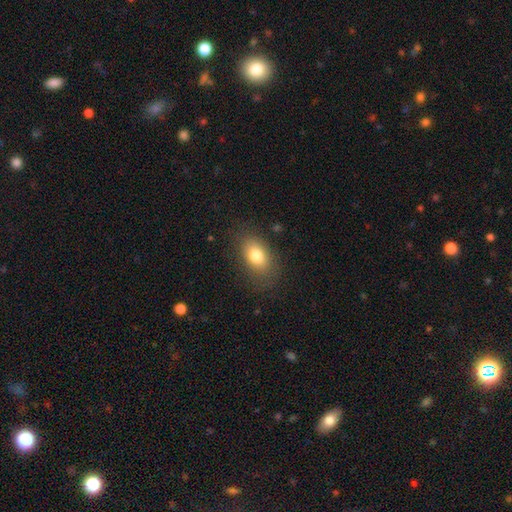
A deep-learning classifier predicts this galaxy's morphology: Smooth or featured? smooth (79%)
How rounded? in between (86%)
Merging? none (81%)